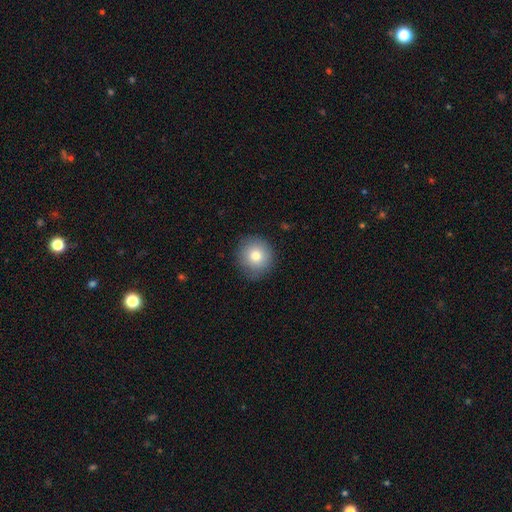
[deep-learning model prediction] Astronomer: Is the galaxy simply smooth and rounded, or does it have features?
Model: smooth — 78%.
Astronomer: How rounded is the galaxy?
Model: round — 93%.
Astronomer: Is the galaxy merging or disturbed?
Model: none — 86%.